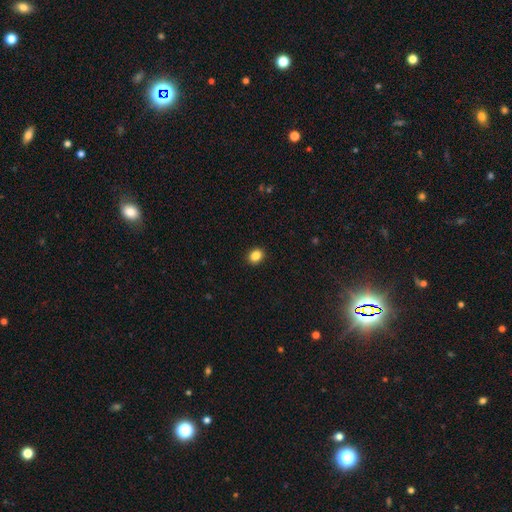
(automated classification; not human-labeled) Morphology: type=smooth (86%); roundness=round (58%); merging=none (91%).